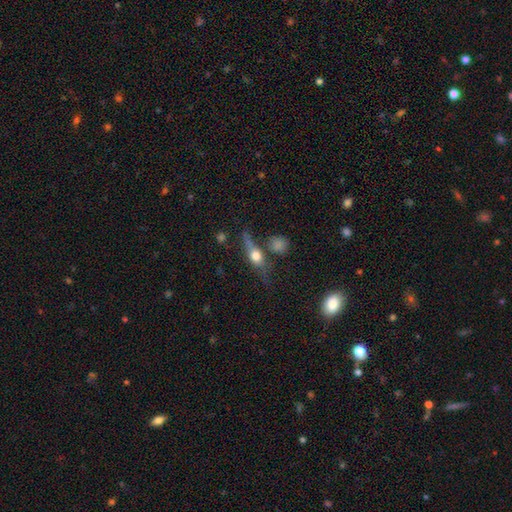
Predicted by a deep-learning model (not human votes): Q: Smooth or featured?
A: smooth (45%); runner-up: featured or disk (44%)
Q: Merging?
A: none (57%); runner-up: minor disturbance (19%)